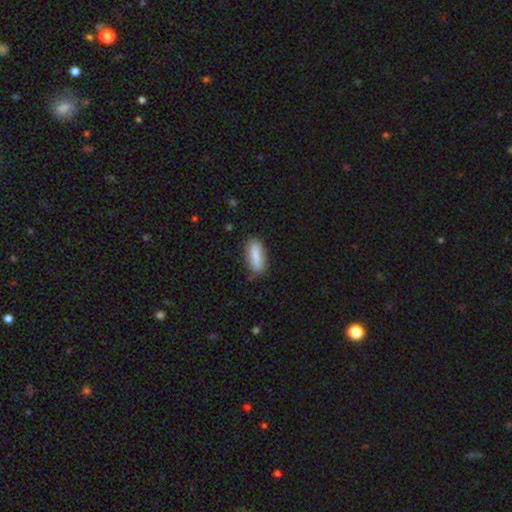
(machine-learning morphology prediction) A smooth galaxy with no disk features (85%) that is in between round and cigar-shaped (61%).

Vote fractions:
- Smooth or featured? smooth: 85% / featured or disk: 9% / star or artifact: 6%
- How rounded? in between: 61% / cigar-shaped: 37% / round: 2%
- Merging? none: 80% / minor disturbance: 15% / major disturbance: 3% / merger: 2%